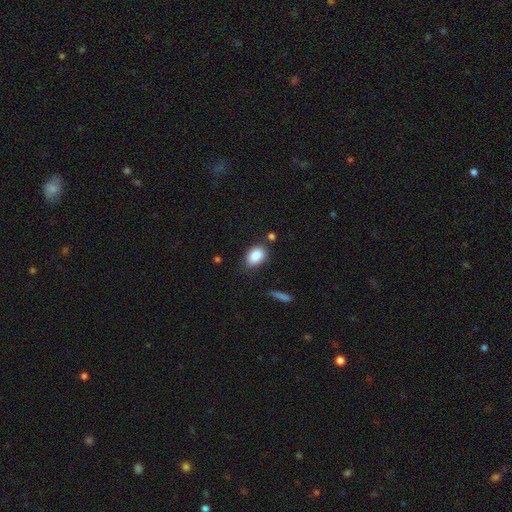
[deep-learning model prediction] A smooth galaxy with no disk features (88%) that is in between round and cigar-shaped (85%).

Vote fractions:
- Smooth or featured? smooth: 88% / star or artifact: 7% / featured or disk: 5%
- How rounded? in between: 85% / round: 13% / cigar-shaped: 2%
- Merging? none: 77% / minor disturbance: 14% / merger: 5% / major disturbance: 4%